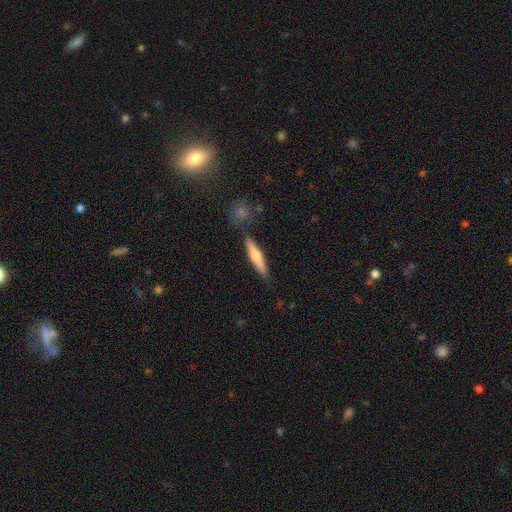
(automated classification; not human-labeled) Smooth or featured? Predicted: featured or disk (p=0.48). Merging? Predicted: none (p=0.85).